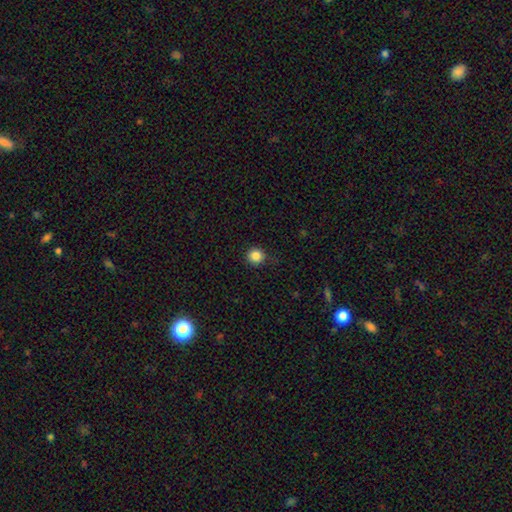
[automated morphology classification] This appears to be a smooth galaxy with no disk features (86%) that is round (94%). Merging: none (88%).